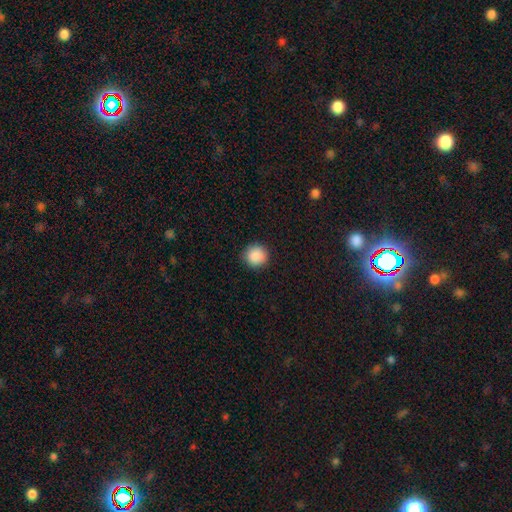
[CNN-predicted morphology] The model was most divided on "smooth or featured": smooth: 89%, star or artifact: 8%, featured or disk: 3%. More confident: how rounded — round (94%); merging — none (91%).